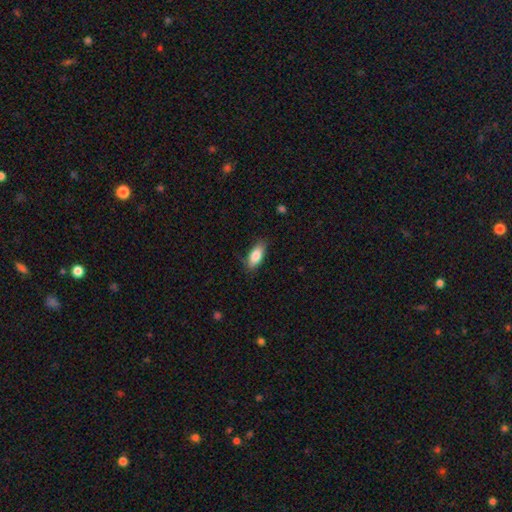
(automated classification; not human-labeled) This appears to be a smooth galaxy with no disk features (83%) that is in between round and cigar-shaped (85%). Merging: none (79%).